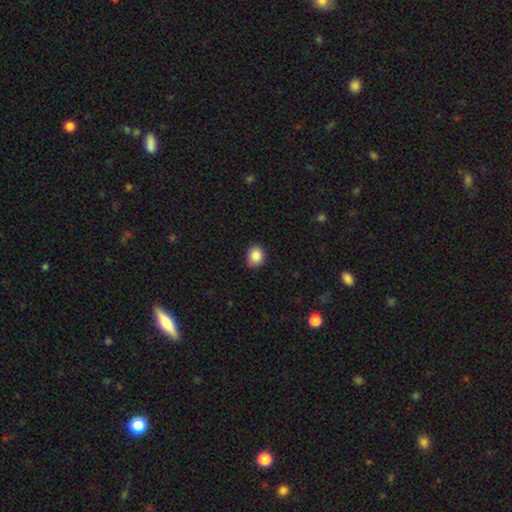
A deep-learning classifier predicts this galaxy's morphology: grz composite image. It shows a smooth galaxy with no disk features (86%) that is round (77%). Merging: none (80%).